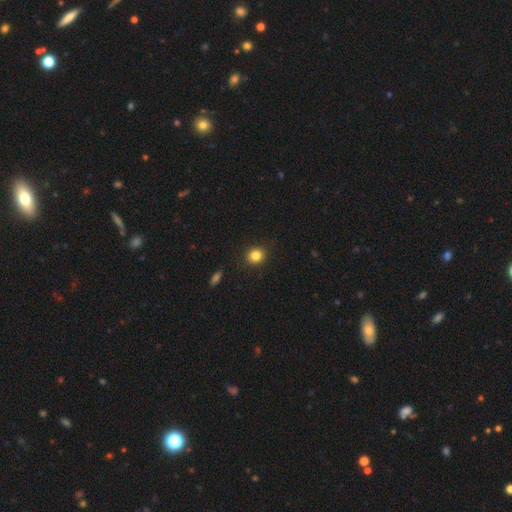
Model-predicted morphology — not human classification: The model was most divided on "how rounded": round: 80%, in between: 19%, cigar-shaped: 1%. More confident: merging — none (90%); smooth or featured — smooth (84%).